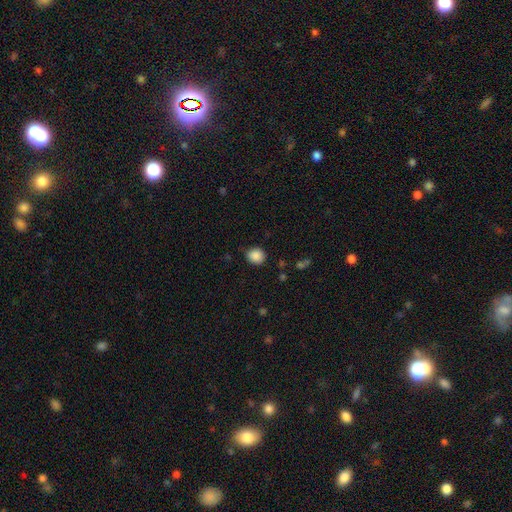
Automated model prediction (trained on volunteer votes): Smooth or featured?
  - smooth: 87% *
  - star or artifact: 9%
  - featured or disk: 3%
How rounded?
  - round: 76% *
  - in between: 23%
  - cigar-shaped: 1%
Merging?
  - none: 84% *
  - minor disturbance: 12%
  - major disturbance: 3%
  - merger: 1%